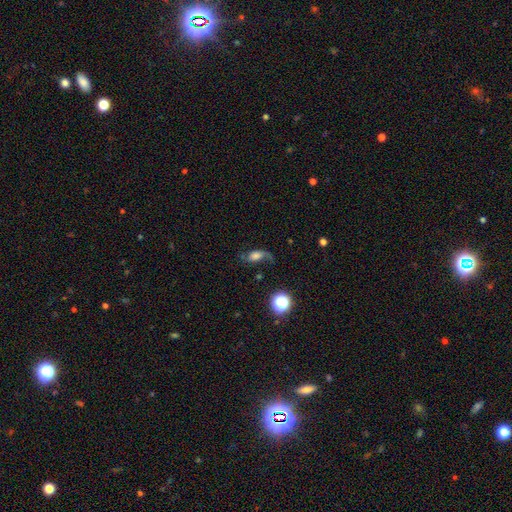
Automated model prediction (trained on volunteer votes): This is possibly a featured or disk galaxy (51%). It is clearly not viewed edge-on (91%). Merging: possibly none (52%).